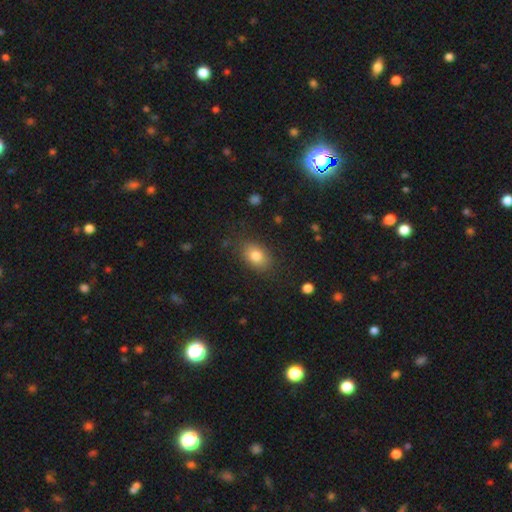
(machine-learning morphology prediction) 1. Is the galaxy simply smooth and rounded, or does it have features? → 80% smooth, 10% featured or disk, 9% star or artifact.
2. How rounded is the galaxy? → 79% in between, 19% round, 1% cigar-shaped.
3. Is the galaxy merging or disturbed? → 81% none, 13% minor disturbance, 4% major disturbance, 1% merger.